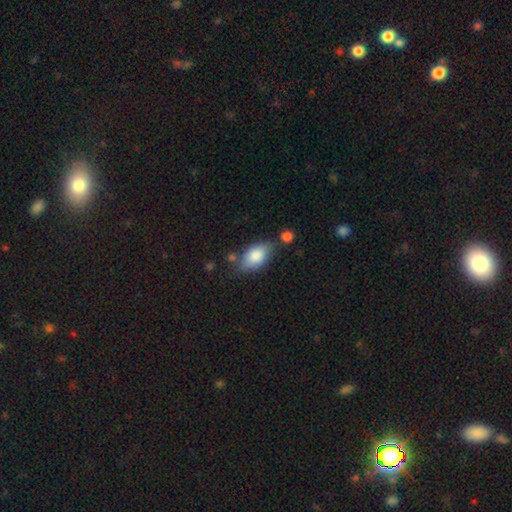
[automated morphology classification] Overall: smooth (83%). How rounded: in between (92%). Merging: none (66%).